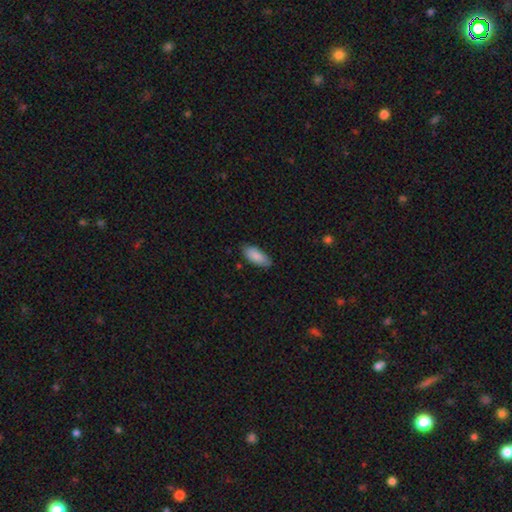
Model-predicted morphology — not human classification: This is clearly a smooth galaxy (87%). How rounded: clearly in between (84%). Merging: clearly none (80%).